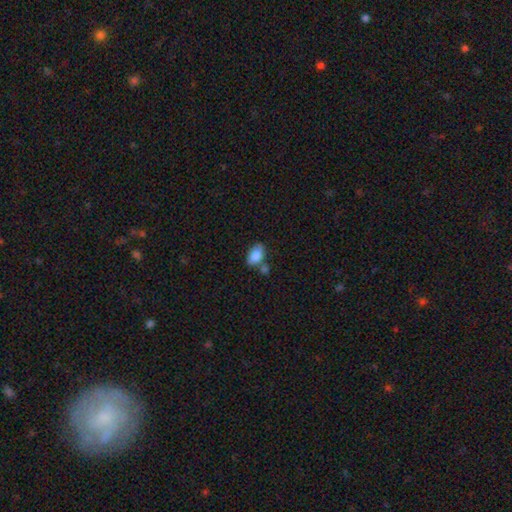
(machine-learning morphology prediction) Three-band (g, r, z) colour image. It shows a smooth galaxy with no disk features (84%) that is in between round and cigar-shaped (91%). Merging: none (53%).